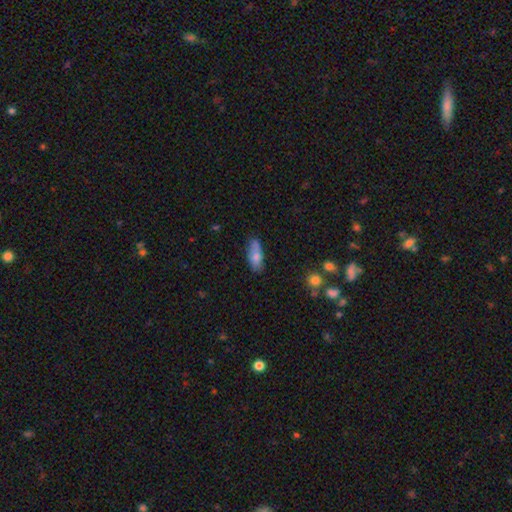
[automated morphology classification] Smooth or featured: smooth — 76% (featured or disk — 17%)
How rounded: in between — 75% (cigar-shaped — 22%)
Merging: none — 66% (minor disturbance — 24%)